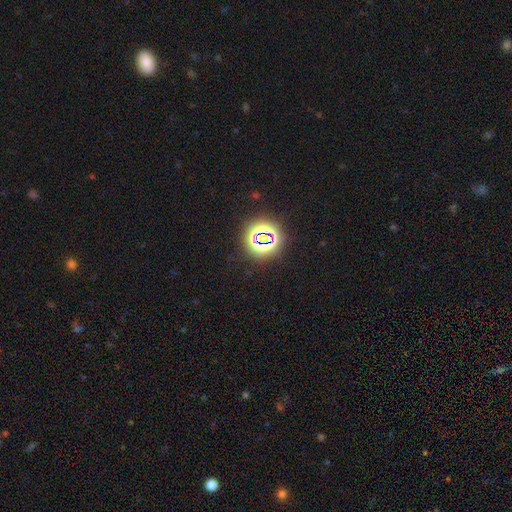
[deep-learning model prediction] A star or artifact, not a galaxy (75%).